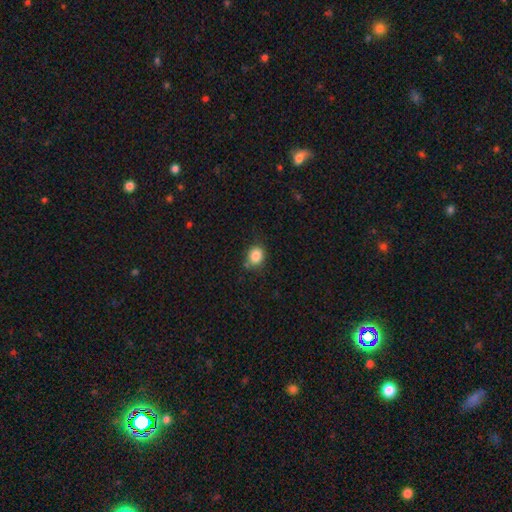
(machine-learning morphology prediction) Smooth or featured: smooth — 85% (star or artifact — 10%)
How rounded: round — 59% (in between — 40%)
Merging: none — 75% (minor disturbance — 16%)